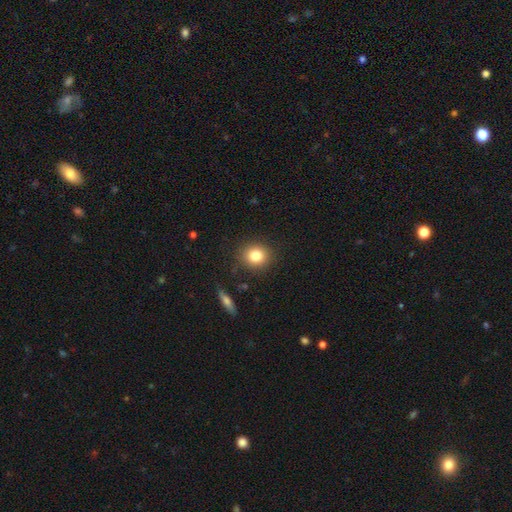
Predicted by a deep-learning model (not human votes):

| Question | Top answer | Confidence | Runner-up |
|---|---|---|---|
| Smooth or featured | smooth | 81% | star or artifact (11%) |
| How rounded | round | 82% | in between (17%) |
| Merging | none | 87% | minor disturbance (8%) |